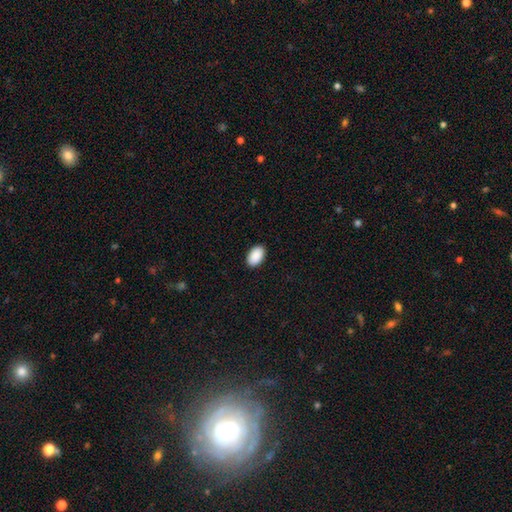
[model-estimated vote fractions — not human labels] Smooth or featured?
  - smooth: 91% *
  - star or artifact: 6%
  - featured or disk: 2%
How rounded?
  - in between: 94% *
  - round: 5%
  - cigar-shaped: 1%
Merging?
  - none: 90% *
  - minor disturbance: 7%
  - major disturbance: 2%
  - merger: 1%